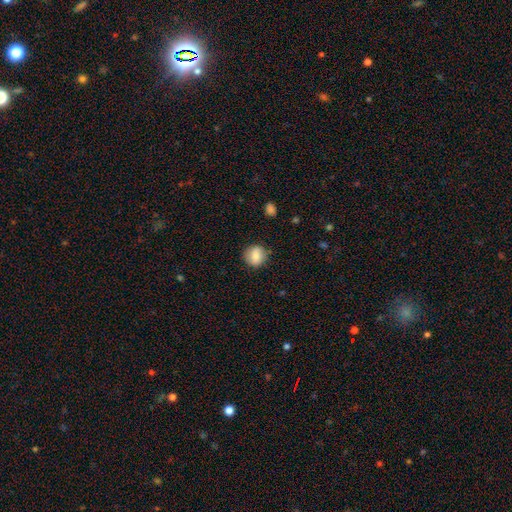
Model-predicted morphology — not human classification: type=smooth (79%); roundness=round (80%); merging=none (84%).